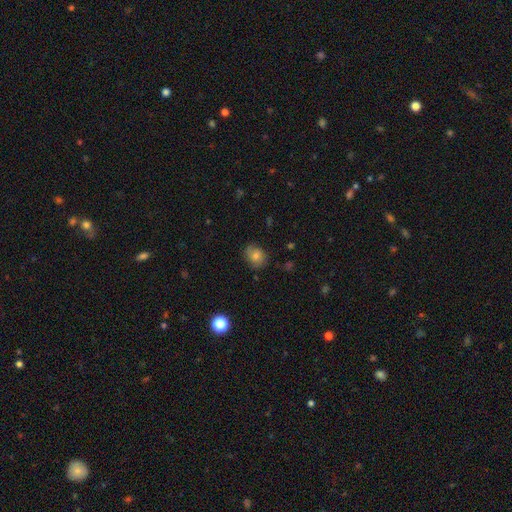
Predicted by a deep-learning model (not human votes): Morphology: type=smooth (65%); roundness=round (53%); merging=none (75%).